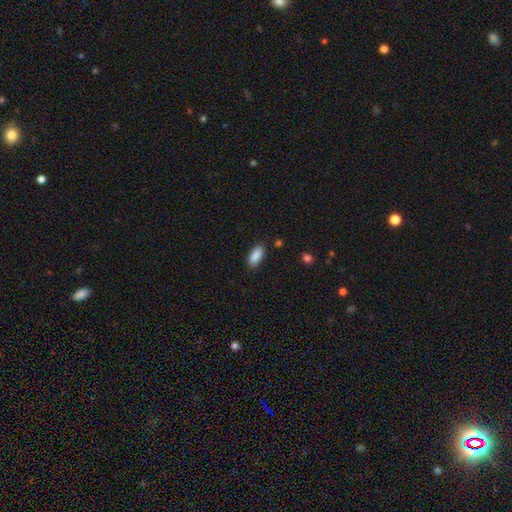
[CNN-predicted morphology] This is clearly a smooth galaxy (89%). How rounded: clearly in between (86%). Merging: clearly none (85%).